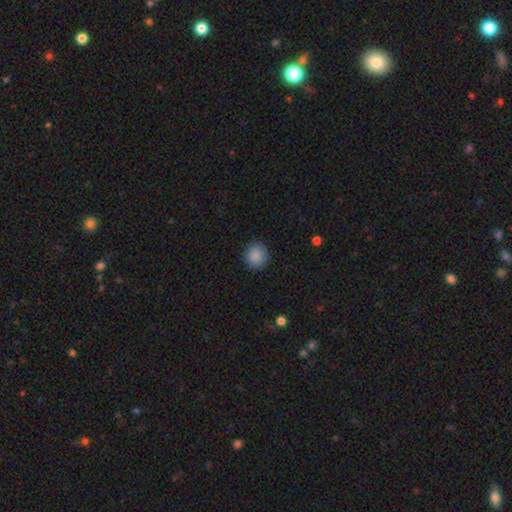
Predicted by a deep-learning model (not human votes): smooth 87%, star or artifact 9%, featured or disk 4%. Down the decision tree: how rounded — round (90%); merging — none (89%).